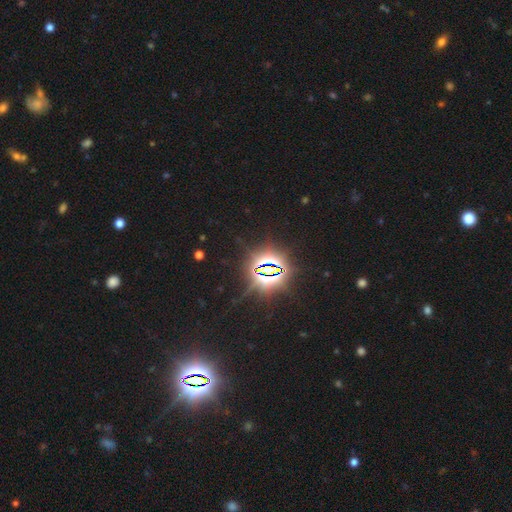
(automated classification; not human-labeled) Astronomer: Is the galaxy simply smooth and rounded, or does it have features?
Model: star or artifact — 85%.